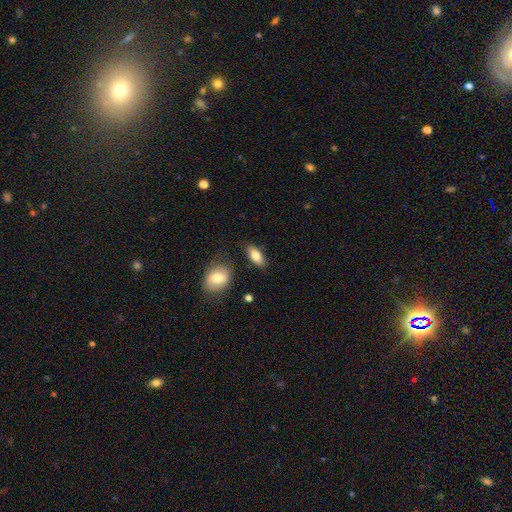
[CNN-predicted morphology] This is likely a smooth galaxy (79%). How rounded: clearly in between (84%). Merging: clearly none (82%).